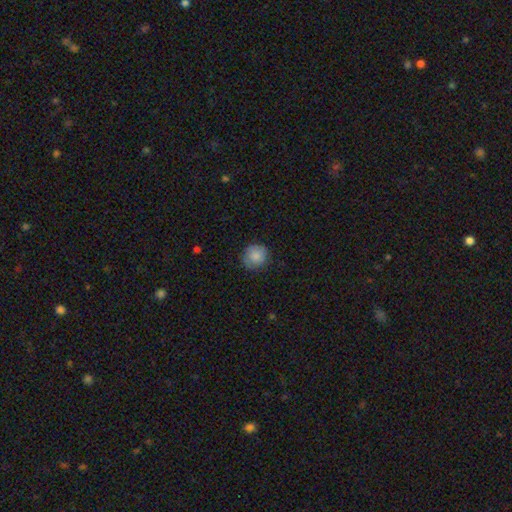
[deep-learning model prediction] This is clearly a smooth galaxy (85%). How rounded: clearly round (90%). Merging: clearly none (81%).